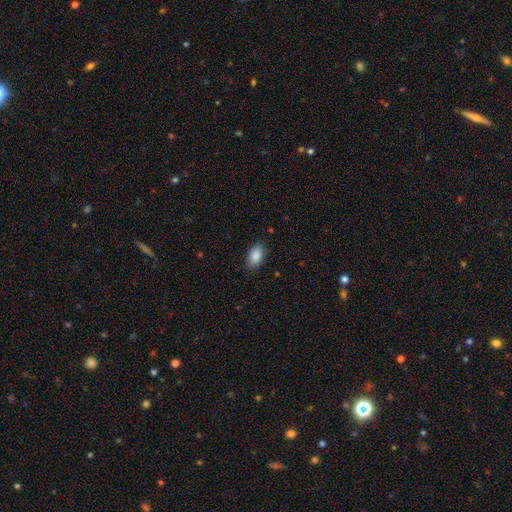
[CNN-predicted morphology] Smooth or featured: smooth — 89% (star or artifact — 7%)
How rounded: in between — 93% (round — 5%)
Merging: none — 86% (minor disturbance — 10%)